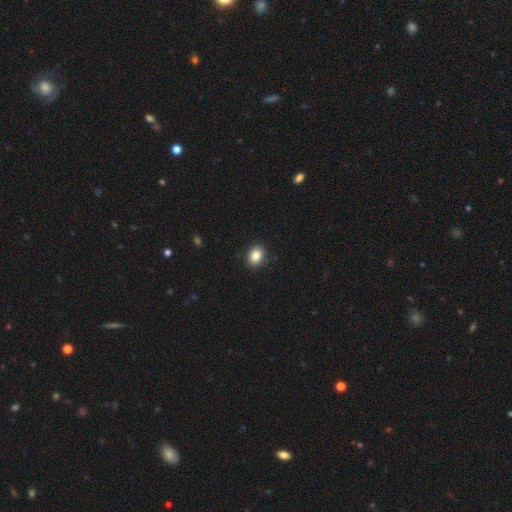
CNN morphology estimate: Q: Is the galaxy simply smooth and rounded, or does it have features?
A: smooth — 85%.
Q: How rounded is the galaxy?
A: in between — 64%.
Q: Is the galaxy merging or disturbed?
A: none — 90%.